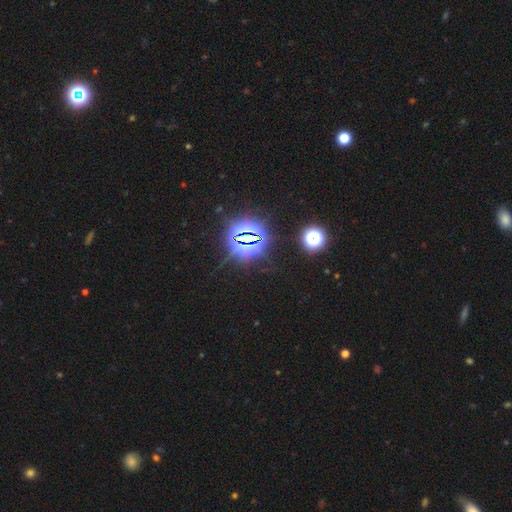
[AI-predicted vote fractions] This appears to be a star or artifact, not a galaxy (83%).